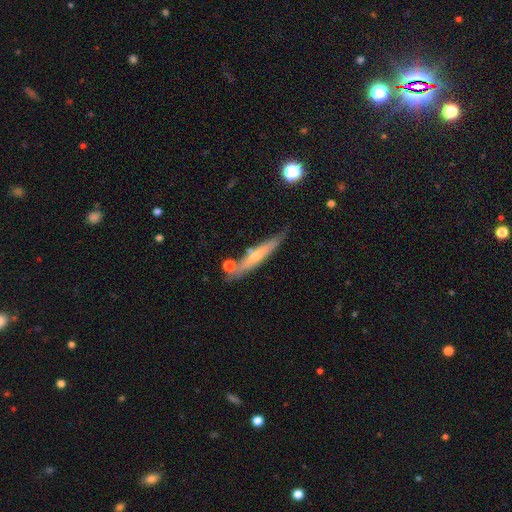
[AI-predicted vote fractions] Smooth or featured: featured or disk — 53% (smooth — 40%)
Edge-on disk: yes — 88% (no — 12%)
Merging: none — 72% (minor disturbance — 17%)